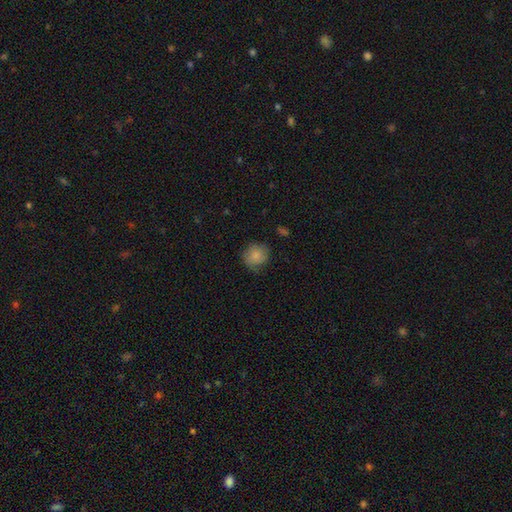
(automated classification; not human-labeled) A smooth galaxy with no disk features (82%) that is round (88%). Merging: none (73%).